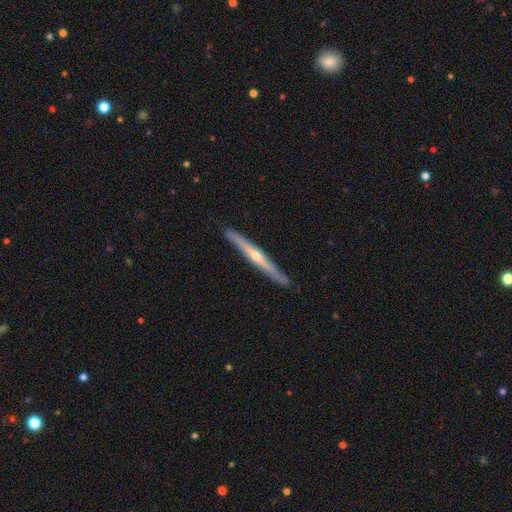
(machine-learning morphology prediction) Smooth or featured: featured or disk — 72% (smooth — 22%)
Edge-on disk: yes — 96% (no — 4%)
Edge-on bulge: rounded — 75% (none — 22%)
Merging: none — 90% (minor disturbance — 7%)